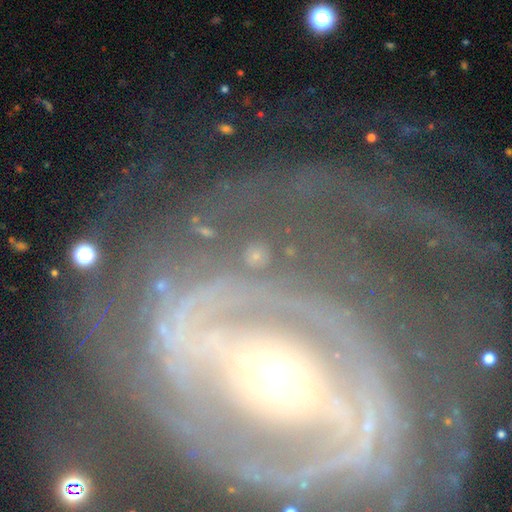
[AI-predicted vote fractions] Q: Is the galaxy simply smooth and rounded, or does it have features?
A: featured or disk — 85%.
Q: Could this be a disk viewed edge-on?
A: no — 96%.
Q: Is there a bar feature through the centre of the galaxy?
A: strong — 47%.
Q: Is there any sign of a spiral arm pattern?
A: yes — 92%.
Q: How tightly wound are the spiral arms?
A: tight — 56%.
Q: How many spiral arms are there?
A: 2 — 38%.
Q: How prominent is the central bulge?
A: small — 62%.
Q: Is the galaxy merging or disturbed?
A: none — 62%.